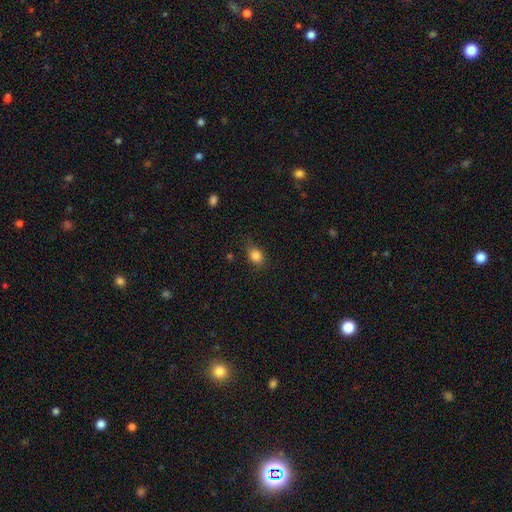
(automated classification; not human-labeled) Smooth or featured?
  - smooth: 84% *
  - star or artifact: 10%
  - featured or disk: 6%
How rounded?
  - round: 51% *
  - in between: 47%
  - cigar-shaped: 1%
Merging?
  - none: 71% *
  - minor disturbance: 22%
  - major disturbance: 5%
  - merger: 2%